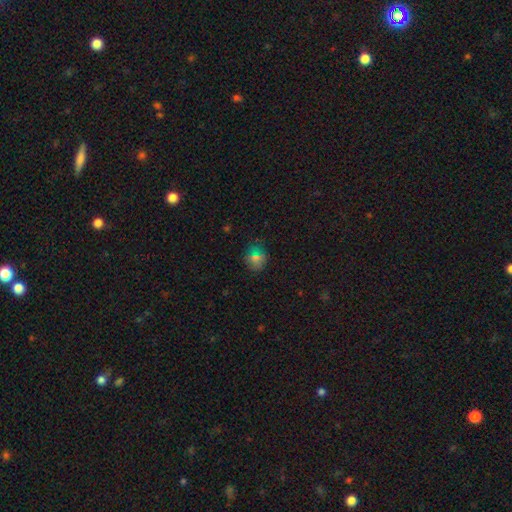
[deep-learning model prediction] Overall: smooth (67%). How rounded: round (77%). Merging: none (81%).